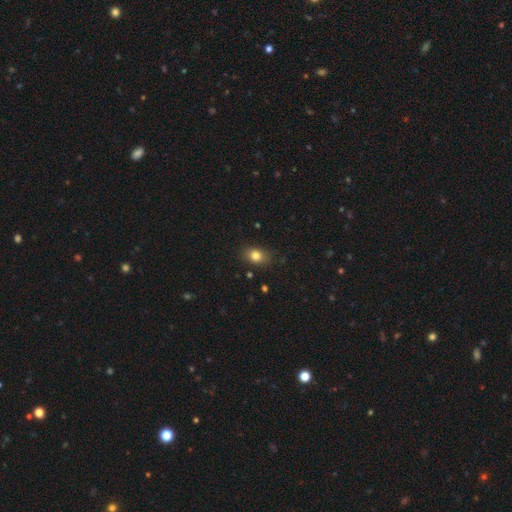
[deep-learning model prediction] Q: Smooth or featured?
A: smooth (82%); runner-up: star or artifact (11%)
Q: How rounded?
A: in between (68%); runner-up: round (31%)
Q: Merging?
A: none (82%); runner-up: minor disturbance (13%)